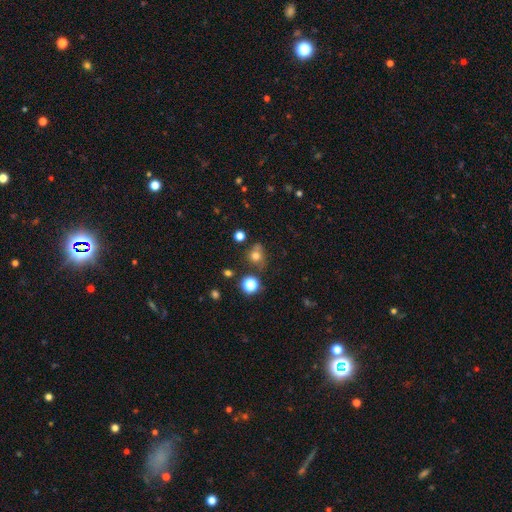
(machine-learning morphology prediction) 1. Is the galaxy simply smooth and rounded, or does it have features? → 67% smooth, 20% star or artifact, 13% featured or disk.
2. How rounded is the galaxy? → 73% round, 26% in between, 1% cigar-shaped.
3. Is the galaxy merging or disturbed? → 60% none, 21% minor disturbance, 11% merger, 9% major disturbance.